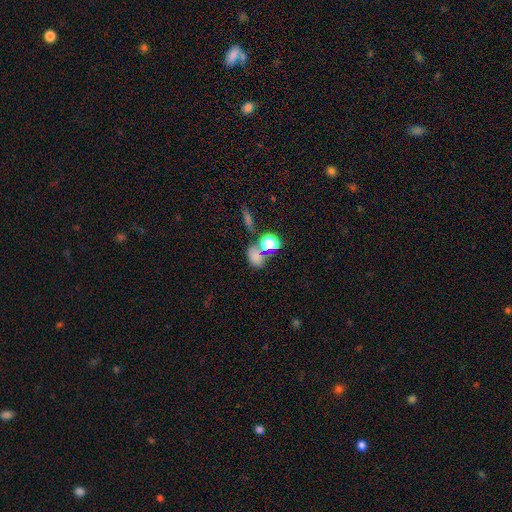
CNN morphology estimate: Smooth or featured? smooth (70%)
How rounded? in between (62%)
Merging? none (53%)